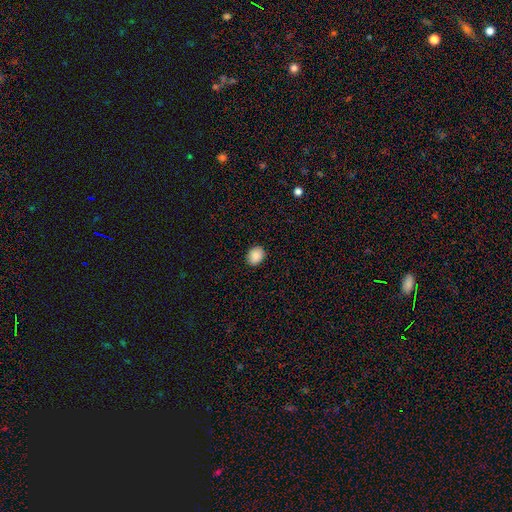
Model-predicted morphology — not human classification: smooth_or_featured: smooth (p=0.88) [alt: star or artifact p=0.08]
how_rounded: in between (p=0.53) [alt: round p=0.46]
merging: none (p=0.89) [alt: minor disturbance p=0.09]